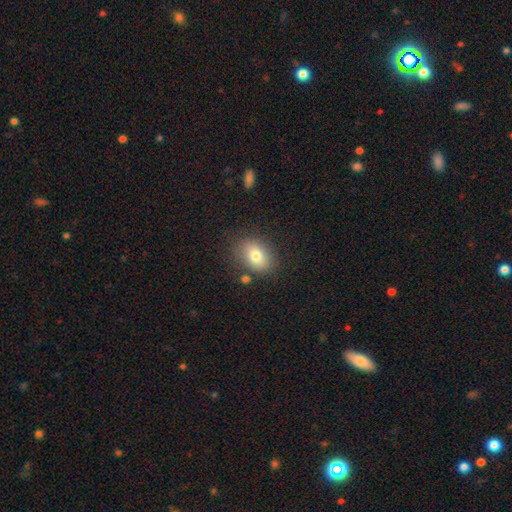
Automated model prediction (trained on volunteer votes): Morphology: type=smooth (78%); roundness=in between (73%); merging=none (79%).